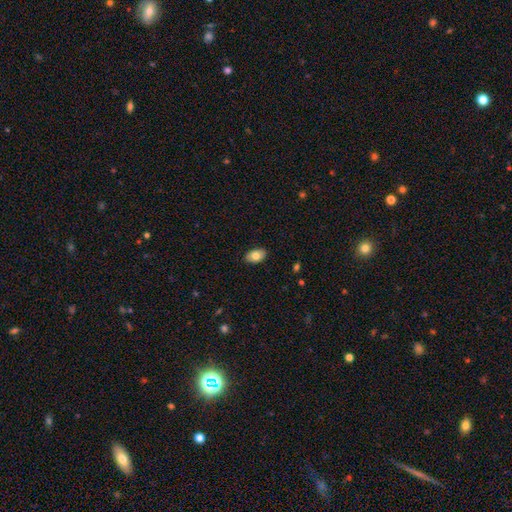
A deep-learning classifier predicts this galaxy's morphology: type=smooth (80%); roundness=in between (91%); merging=none (88%).